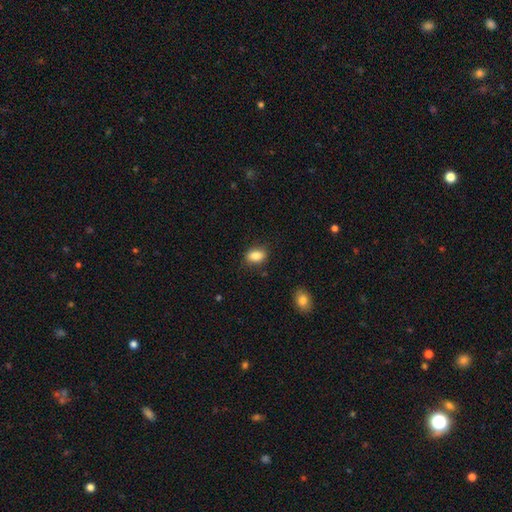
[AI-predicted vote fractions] A smooth galaxy with no disk features (85%) that is in between round and cigar-shaped (82%).

Vote fractions:
- Smooth or featured? smooth: 85% / star or artifact: 8% / featured or disk: 6%
- How rounded? in between: 82% / round: 17% / cigar-shaped: 2%
- Merging? none: 83% / minor disturbance: 13% / major disturbance: 3% / merger: 2%